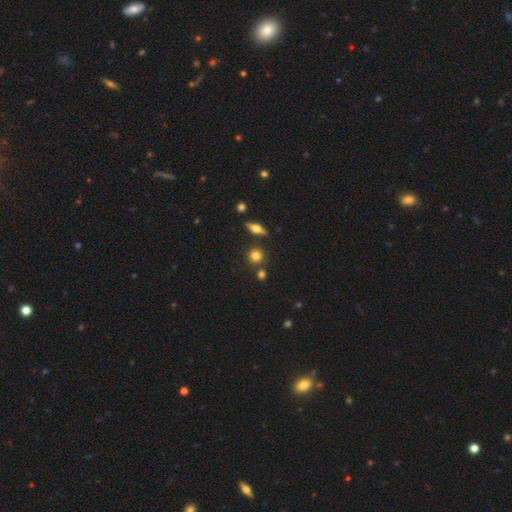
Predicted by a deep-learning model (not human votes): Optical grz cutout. It shows a smooth galaxy with no disk features (77%) that is round (88%). Merging: none (78%).